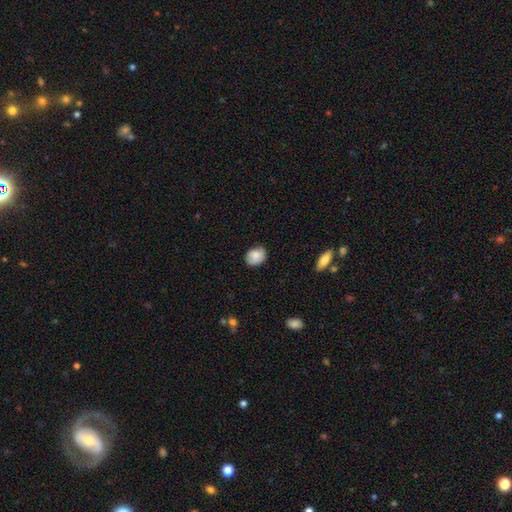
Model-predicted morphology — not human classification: Smooth or featured: smooth — 79% (featured or disk — 14%)
How rounded: in between — 53% (round — 46%)
Merging: none — 76% (minor disturbance — 19%)